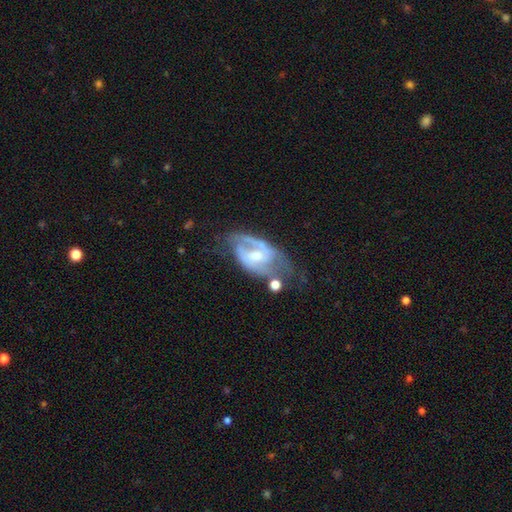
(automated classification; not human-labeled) Smooth or featured: featured or disk — 78% (smooth — 15%)
Edge-on disk: no — 95% (yes — 5%)
Bar: weak — 45% (no — 39%)
Spiral arms: yes — 81% (no — 19%)
Spiral winding: medium — 46% (tight — 33%)
Spiral arm count: 2 — 60% (can't tell — 21%)
Bulge size: moderate — 49% (small — 40%)
Merging: none — 42% (minor disturbance — 25%)